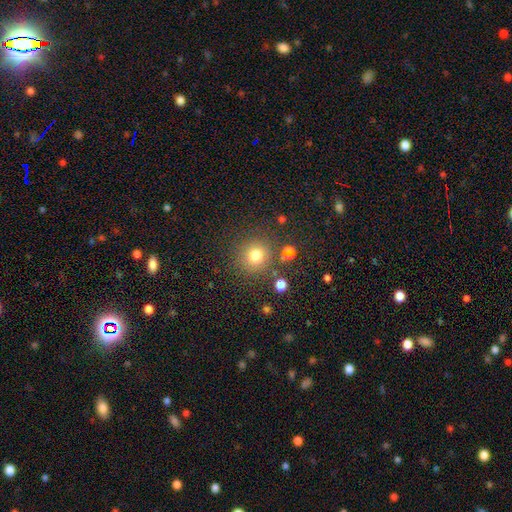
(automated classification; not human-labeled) Smooth or featured: smooth — 78% (star or artifact — 15%)
How rounded: round — 91% (in between — 8%)
Merging: none — 82% (minor disturbance — 9%)